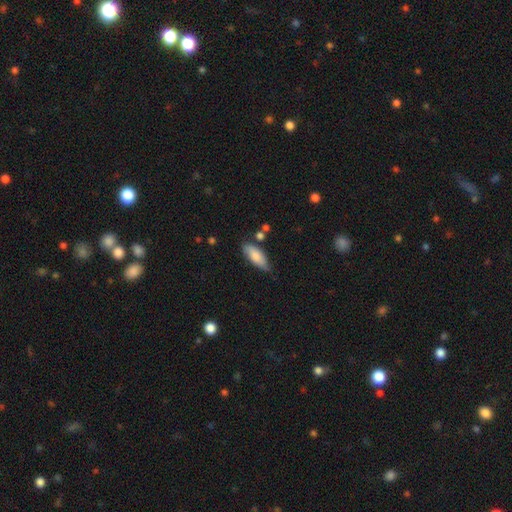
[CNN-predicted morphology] Smooth or featured?
  - smooth: 78% *
  - featured or disk: 16%
  - star or artifact: 6%
How rounded?
  - in between: 74% *
  - cigar-shaped: 24%
  - round: 2%
Merging?
  - none: 67% *
  - minor disturbance: 24%
  - merger: 5%
  - major disturbance: 4%